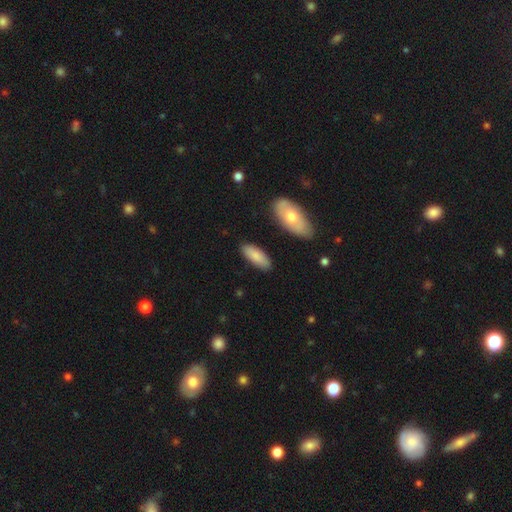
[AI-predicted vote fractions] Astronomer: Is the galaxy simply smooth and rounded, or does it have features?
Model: smooth — 82%.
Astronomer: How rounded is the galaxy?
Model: in between — 78%.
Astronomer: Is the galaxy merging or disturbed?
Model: none — 84%.